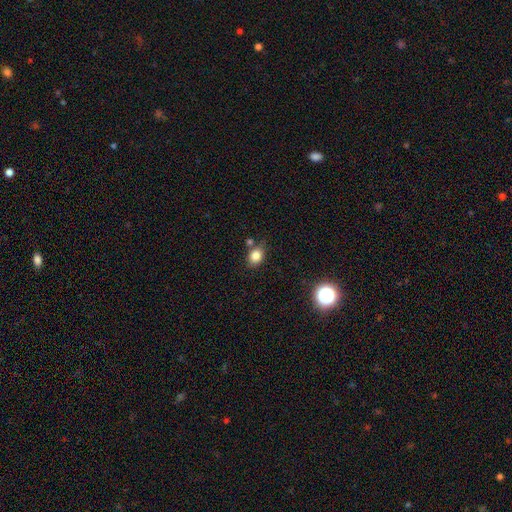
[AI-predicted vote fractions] This appears to be a smooth galaxy with no disk features (82%) that is in between round and cigar-shaped (57%). Merging: none (69%).